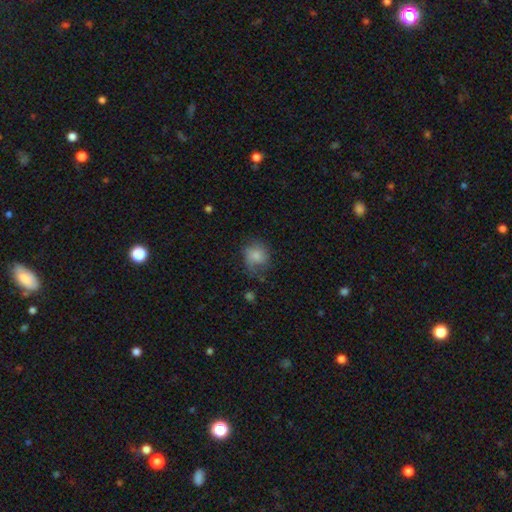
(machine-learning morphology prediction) Smooth or featured?
  - smooth: 70% *
  - featured or disk: 21%
  - star or artifact: 9%
How rounded?
  - round: 68% *
  - in between: 32%
  - cigar-shaped: 1%
Merging?
  - none: 47% *
  - minor disturbance: 30%
  - major disturbance: 20%
  - merger: 2%